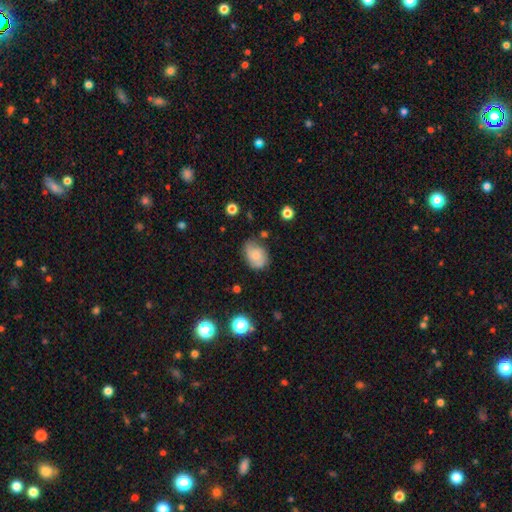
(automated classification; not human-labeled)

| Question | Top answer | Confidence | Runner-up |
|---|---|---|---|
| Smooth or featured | smooth | 62% | featured or disk (28%) |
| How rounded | in between | 68% | round (30%) |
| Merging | none | 64% | minor disturbance (26%) |